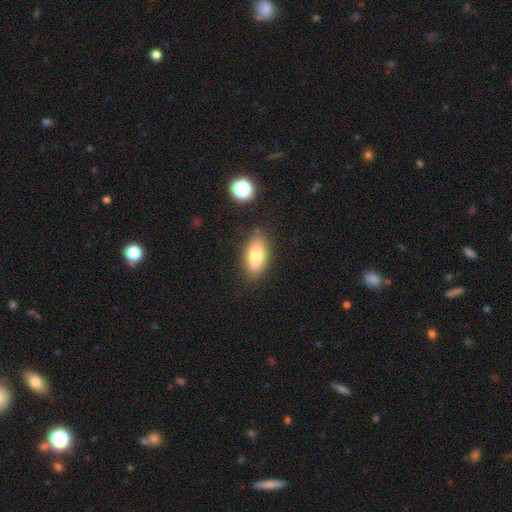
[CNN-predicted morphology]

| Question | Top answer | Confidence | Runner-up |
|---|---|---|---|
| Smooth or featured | smooth | 78% | featured or disk (13%) |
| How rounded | in between | 89% | round (5%) |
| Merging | none | 82% | minor disturbance (13%) |